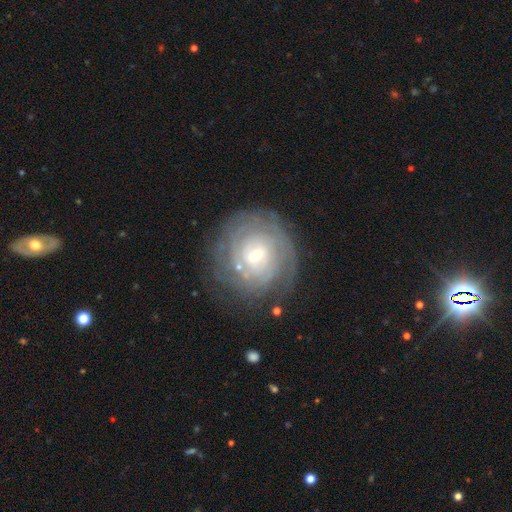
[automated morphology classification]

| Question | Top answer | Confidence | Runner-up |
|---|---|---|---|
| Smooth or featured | featured or disk | 79% | smooth (14%) |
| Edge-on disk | no | 97% | yes (3%) |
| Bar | no | 45% | weak (44%) |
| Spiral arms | yes | 91% | no (9%) |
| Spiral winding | tight | 81% | medium (14%) |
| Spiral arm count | can't tell | 51% | 2 (13%) |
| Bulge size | small | 61% | moderate (35%) |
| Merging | none | 77% | minor disturbance (14%) |